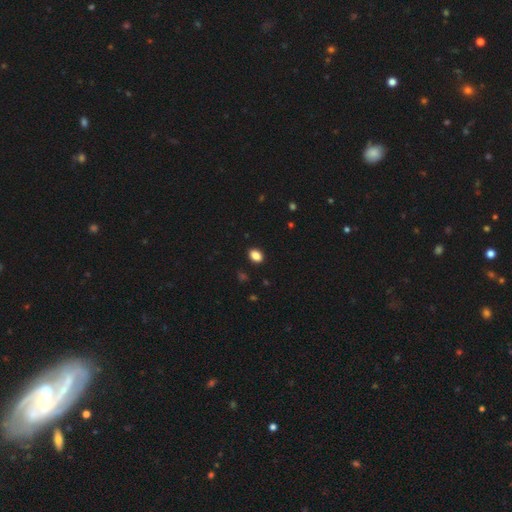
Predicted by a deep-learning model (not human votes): A smooth galaxy with no disk features (87%) that is in between round and cigar-shaped (74%).

Vote fractions:
- Smooth or featured? smooth: 87% / star or artifact: 10% / featured or disk: 3%
- How rounded? in between: 74% / round: 25% / cigar-shaped: 1%
- Merging? none: 90% / minor disturbance: 7% / major disturbance: 2% / merger: 1%